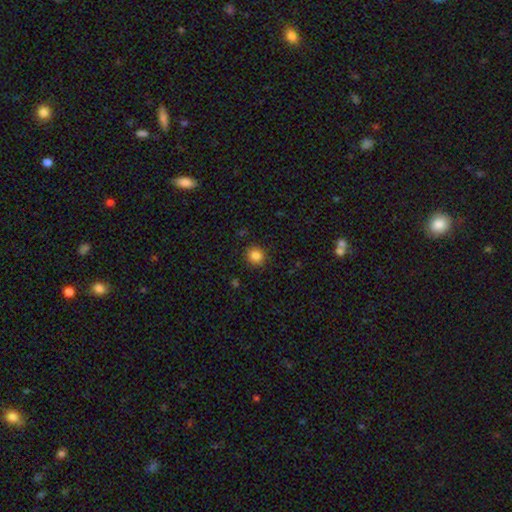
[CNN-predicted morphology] The model was most divided on "smooth or featured": smooth: 84%, star or artifact: 11%, featured or disk: 5%. More confident: merging — none (90%); how rounded — round (89%).